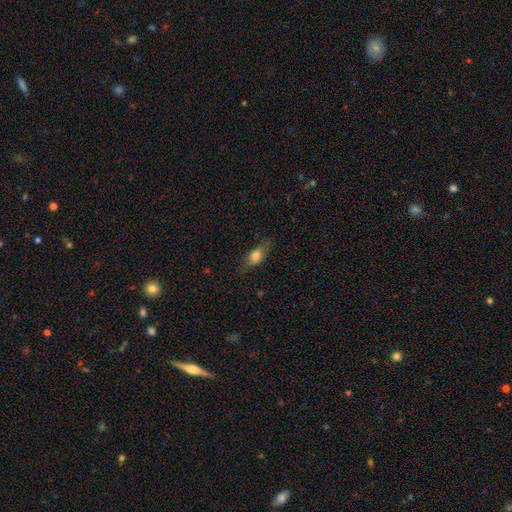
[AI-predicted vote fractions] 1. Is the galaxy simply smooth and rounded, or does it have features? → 65% smooth, 26% featured or disk, 9% star or artifact.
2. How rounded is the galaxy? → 72% in between, 17% cigar-shaped, 11% round.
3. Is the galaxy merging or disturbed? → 69% none, 21% minor disturbance, 8% major disturbance, 1% merger.